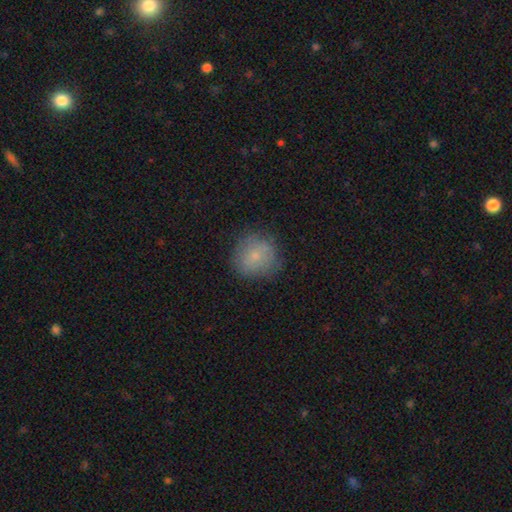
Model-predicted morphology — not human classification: This is likely a smooth galaxy (76%). How rounded: clearly round (86%). Merging: likely none (75%).